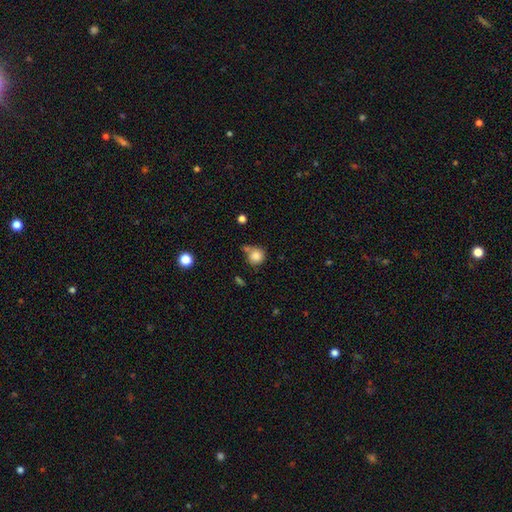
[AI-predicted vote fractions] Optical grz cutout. It shows a smooth galaxy with no disk features (84%) that is round (88%). Merging: none (56%).